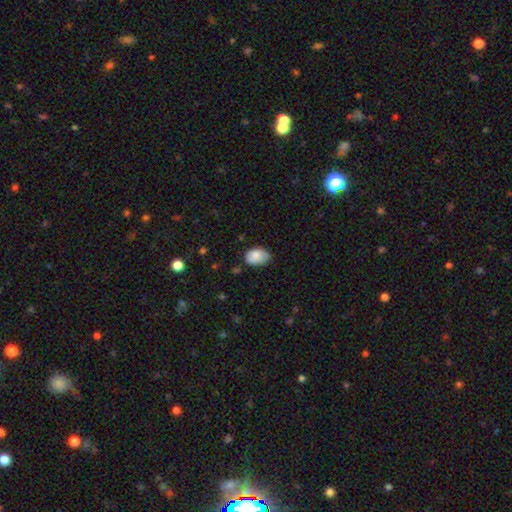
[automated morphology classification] Smooth or featured: smooth — 81% (featured or disk — 11%)
How rounded: in between — 83% (round — 16%)
Merging: none — 56% (minor disturbance — 36%)